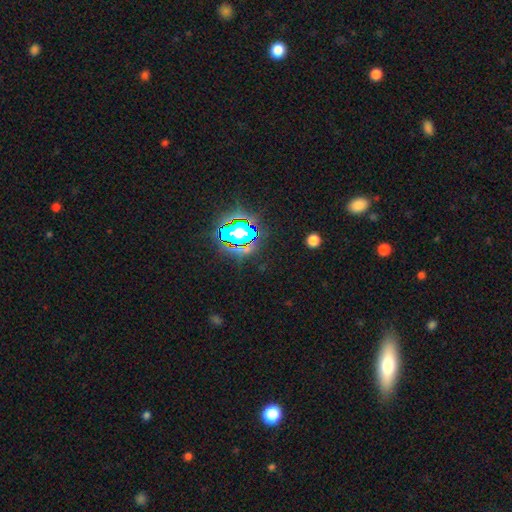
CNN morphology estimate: A star or artifact, not a galaxy (77%).